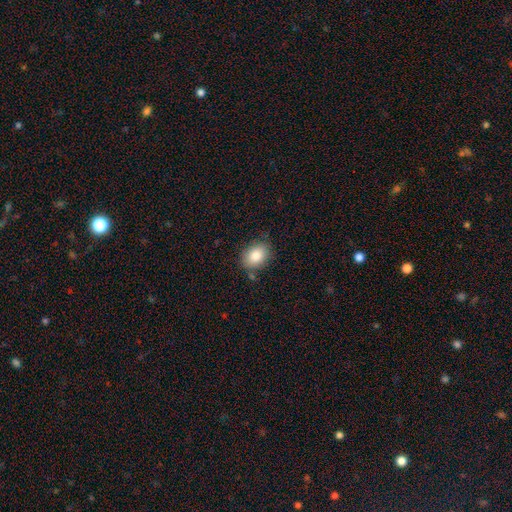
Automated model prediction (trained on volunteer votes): smooth-or-featured: smooth: 84% | star or artifact: 8% | featured or disk: 8%
  how-rounded: in between: 69% | round: 30% | cigar-shaped: 1%
  merging: none: 78% | minor disturbance: 16% | major disturbance: 3% | merger: 3%